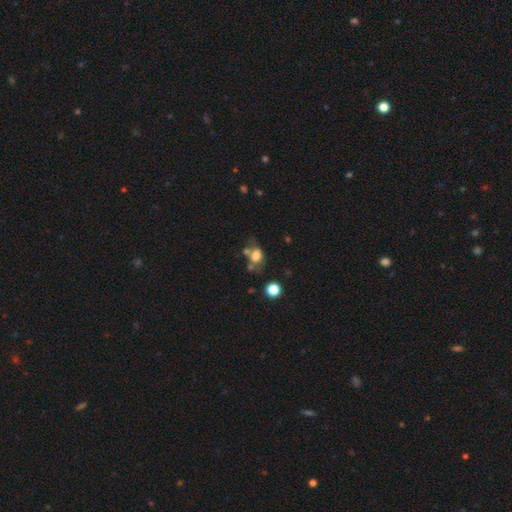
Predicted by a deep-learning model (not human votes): Smooth or featured?
  - smooth: 68% *
  - featured or disk: 19%
  - star or artifact: 13%
How rounded?
  - in between: 65% *
  - round: 33%
  - cigar-shaped: 2%
Merging?
  - none: 38% *
  - merger: 26%
  - minor disturbance: 21%
  - major disturbance: 15%